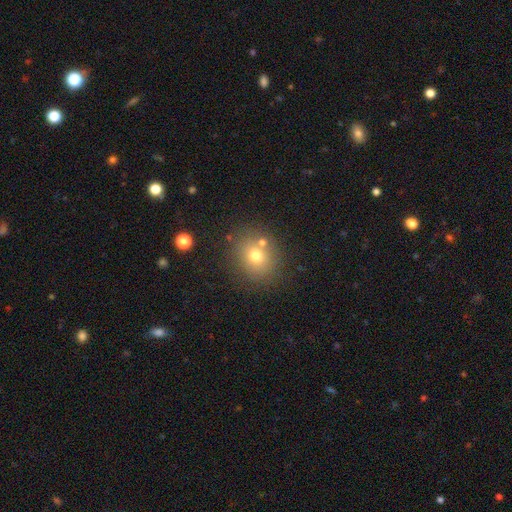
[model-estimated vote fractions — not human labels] This is likely a smooth galaxy (71%). How rounded: likely round (76%). Merging: likely none (75%).